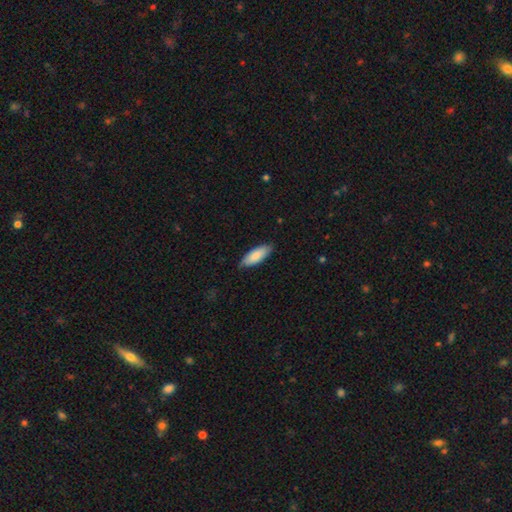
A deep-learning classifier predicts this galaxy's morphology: Q: Smooth or featured?
A: smooth (85%); runner-up: featured or disk (9%)
Q: How rounded?
A: in between (72%); runner-up: cigar-shaped (27%)
Q: Merging?
A: none (81%); runner-up: minor disturbance (16%)